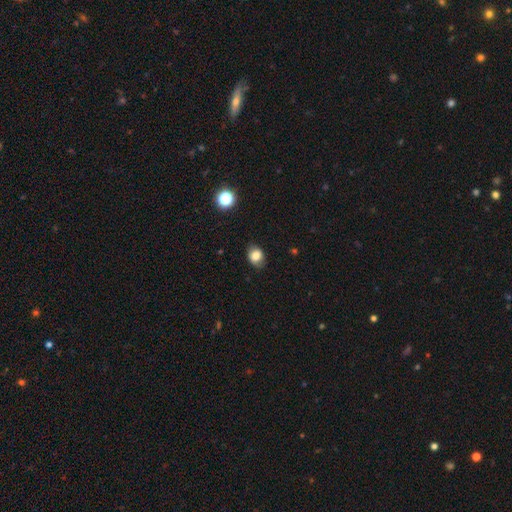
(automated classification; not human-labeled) Smooth or featured: smooth — 80% (star or artifact — 10%)
How rounded: in between — 56% (round — 43%)
Merging: none — 81% (minor disturbance — 14%)